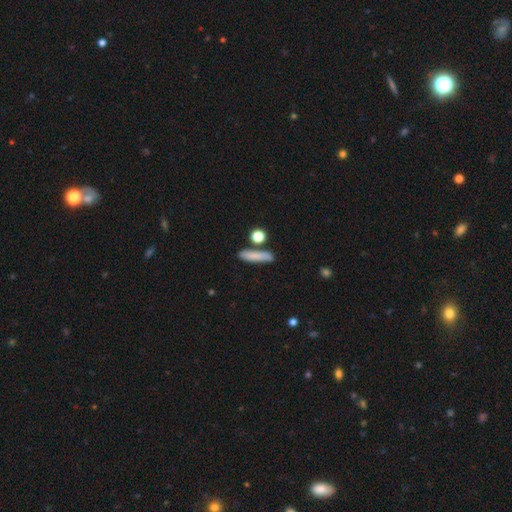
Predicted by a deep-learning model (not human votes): Q: Smooth or featured?
A: smooth (80%); runner-up: featured or disk (12%)
Q: How rounded?
A: cigar-shaped (76%); runner-up: in between (18%)
Q: Merging?
A: none (77%); runner-up: minor disturbance (12%)